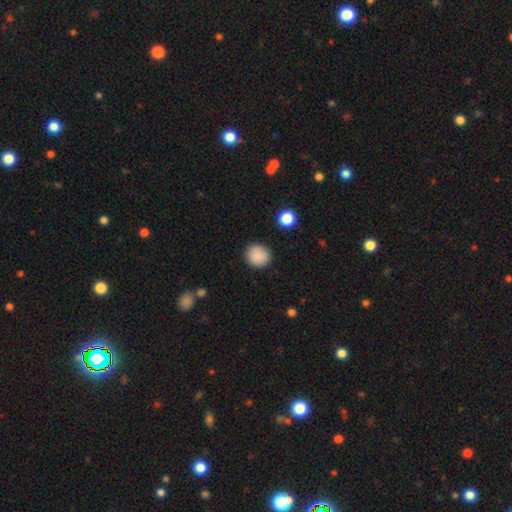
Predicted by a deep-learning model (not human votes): A smooth galaxy with no disk features (88%) that is round (90%). Merging: none (89%).